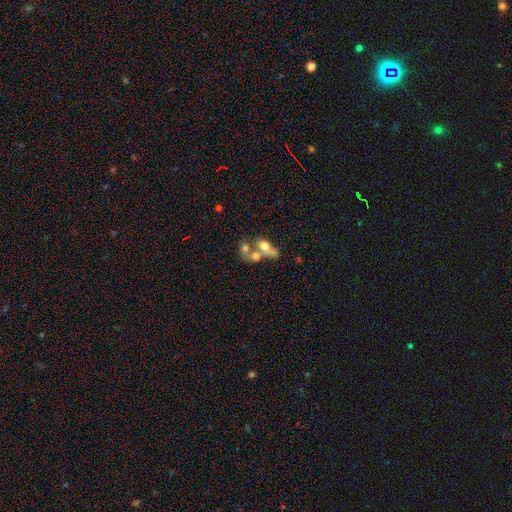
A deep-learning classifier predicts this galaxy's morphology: Overall: smooth (55%; featured or disk 34%). How rounded: in between (63%; round 30%). Merging: merger (68%).